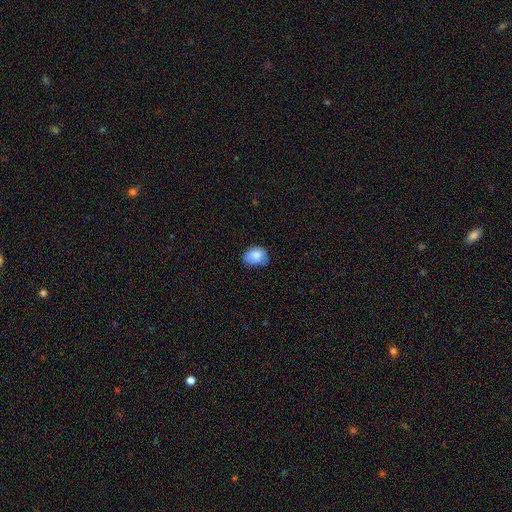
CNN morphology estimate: Smooth or featured: smooth — 82% (featured or disk — 10%)
How rounded: in between — 66% (round — 33%)
Merging: none — 59% (minor disturbance — 33%)